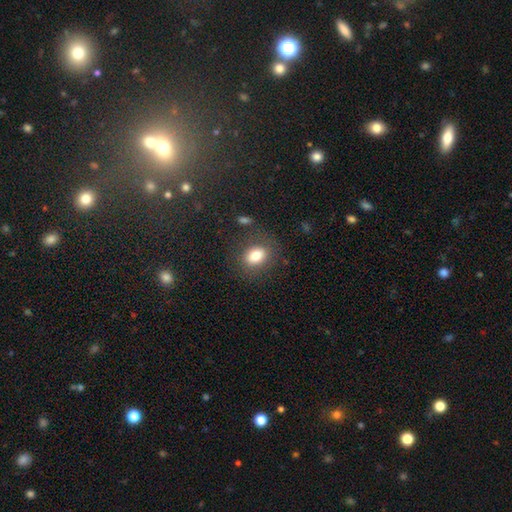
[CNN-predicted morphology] Smooth or featured?
  - smooth: 80% *
  - featured or disk: 10%
  - star or artifact: 10%
How rounded?
  - in between: 58% *
  - round: 41%
  - cigar-shaped: 1%
Merging?
  - none: 79% *
  - minor disturbance: 12%
  - major disturbance: 6%
  - merger: 3%